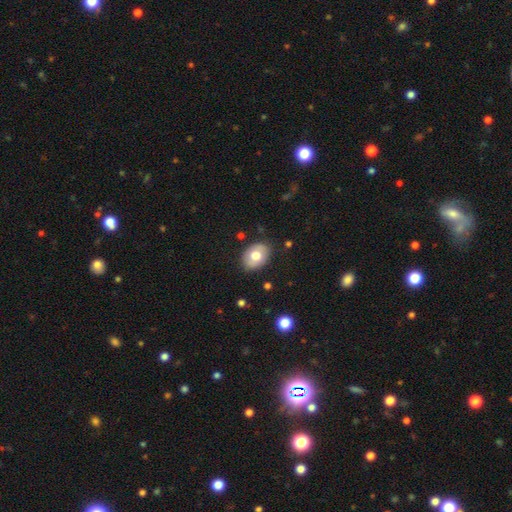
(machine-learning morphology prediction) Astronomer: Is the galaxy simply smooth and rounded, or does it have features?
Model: smooth — 71%.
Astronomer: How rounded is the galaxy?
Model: in between — 73%.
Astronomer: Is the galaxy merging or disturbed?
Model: none — 83%.